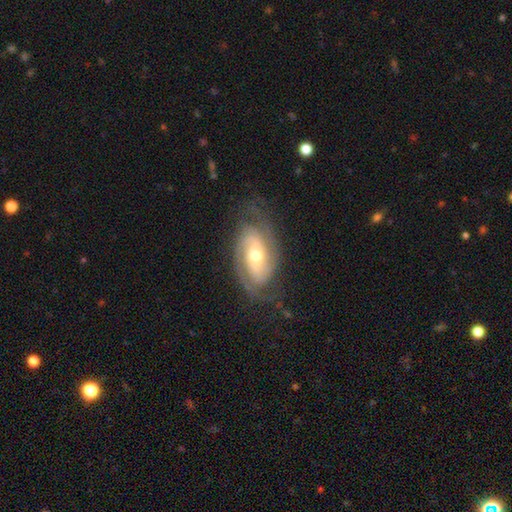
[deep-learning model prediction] Smooth or featured? Predicted: featured or disk (p=0.84). Edge-on disk? Predicted: no (p=0.95). Bar? Predicted: no (p=0.52). Spiral arms? Predicted: yes (p=0.94). Spiral winding? Predicted: tight (p=0.55). Spiral arm count? Predicted: 2 (p=0.57). Bulge size? Predicted: moderate (p=0.63). Merging? Predicted: none (p=0.71).